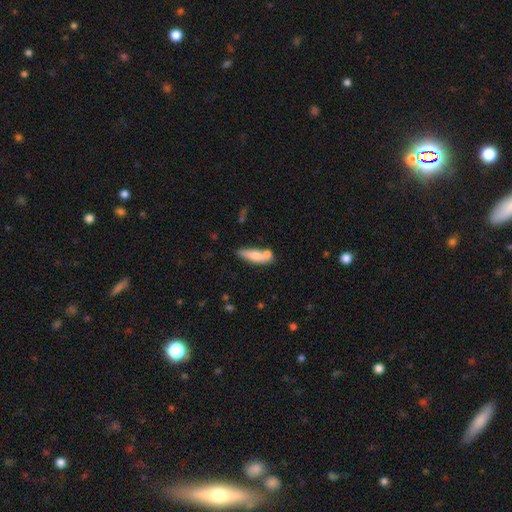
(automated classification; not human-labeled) Smooth or featured? smooth (69%)
How rounded? cigar-shaped (59%)
Merging? none (50%)